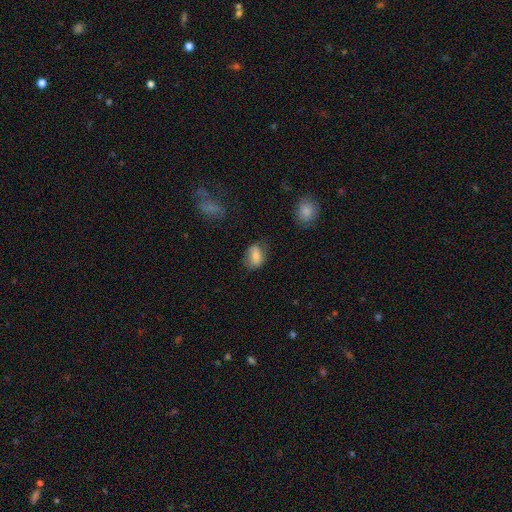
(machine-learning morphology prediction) This appears to be a smooth galaxy with no disk features (76%) that is in between round and cigar-shaped (79%). Merging: none (62%).